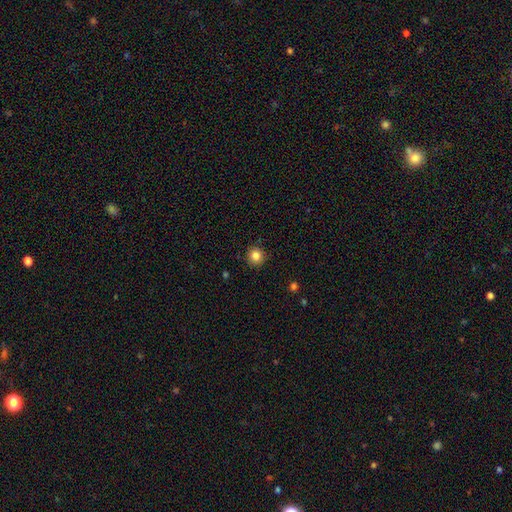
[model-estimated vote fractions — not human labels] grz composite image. It shows a smooth galaxy with no disk features (84%) that is round (92%). Merging: none (89%).